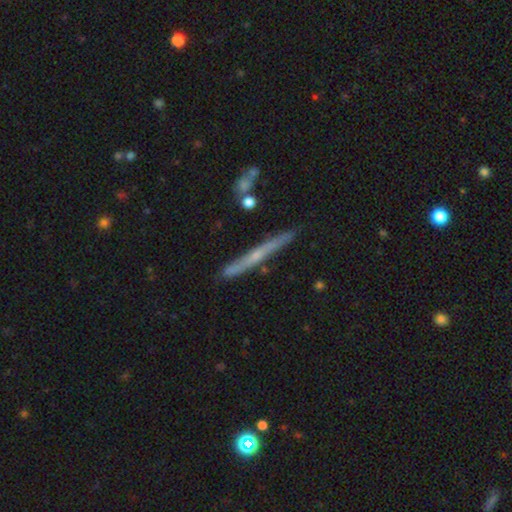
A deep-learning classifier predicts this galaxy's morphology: Smooth or featured: featured or disk — 66% (smooth — 28%)
Edge-on disk: yes — 96% (no — 4%)
Edge-on bulge: rounded — 48% (tied with none — 48%)
Merging: none — 85% (minor disturbance — 11%)